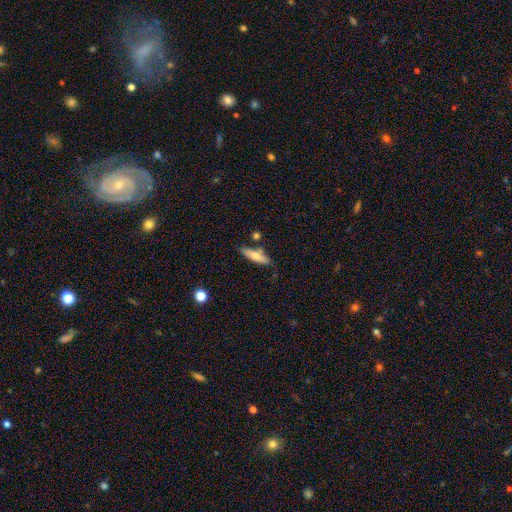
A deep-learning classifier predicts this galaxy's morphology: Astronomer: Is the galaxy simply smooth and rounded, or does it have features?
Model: smooth — 64%.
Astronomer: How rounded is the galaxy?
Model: cigar-shaped — 63%.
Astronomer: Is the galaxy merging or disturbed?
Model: none — 75%.